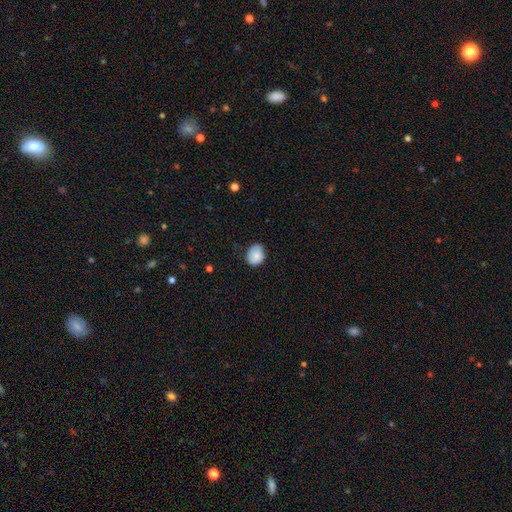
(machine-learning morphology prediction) smooth-or-featured: smooth: 84% | featured or disk: 8% | star or artifact: 8%
  how-rounded: round: 53% | in between: 47% | cigar-shaped: 1%
  merging: none: 71% | minor disturbance: 25% | major disturbance: 4% | merger: 1%